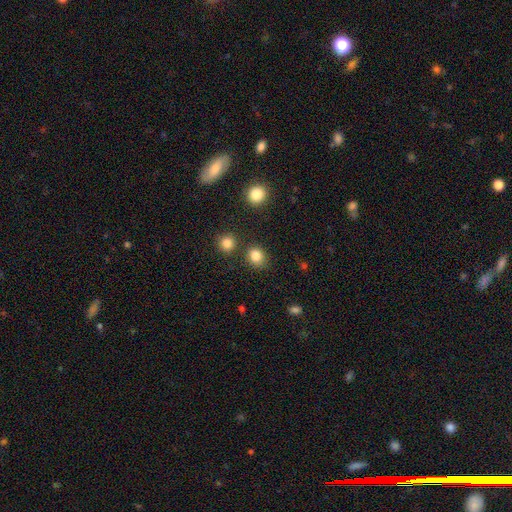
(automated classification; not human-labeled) A smooth galaxy with no disk features (84%) that is round (70%).

Vote fractions:
- Smooth or featured? smooth: 84% / star or artifact: 11% / featured or disk: 5%
- How rounded? round: 70% / in between: 30% / cigar-shaped: 1%
- Merging? none: 80% / minor disturbance: 10% / merger: 7% / major disturbance: 3%